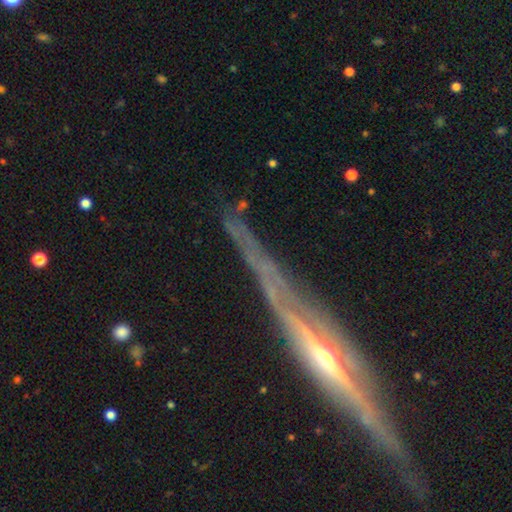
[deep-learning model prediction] Smooth or featured?
  - featured or disk: 84% *
  - star or artifact: 9%
  - smooth: 7%
Edge-on disk?
  - yes: 93% *
  - no: 7%
Edge-on bulge?
  - rounded: 67% *
  - none: 23%
  - boxy: 10%
Merging?
  - none: 80% *
  - minor disturbance: 13%
  - major disturbance: 5%
  - merger: 2%